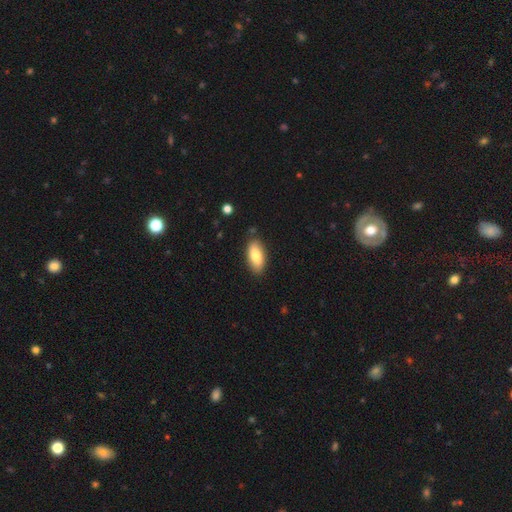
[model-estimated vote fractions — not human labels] The model was most divided on "smooth or featured": smooth: 81%, featured or disk: 13%, star or artifact: 6%. More confident: how rounded — in between (86%); merging — none (84%).